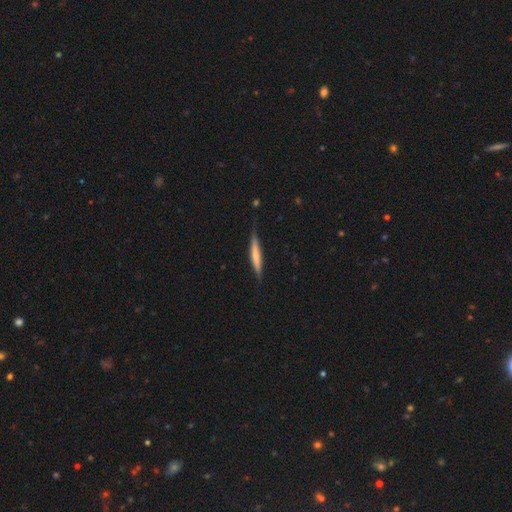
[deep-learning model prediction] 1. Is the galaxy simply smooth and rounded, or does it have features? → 57% smooth, 38% featured or disk, 6% star or artifact.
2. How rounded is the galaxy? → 94% cigar-shaped, 5% in between, 1% round.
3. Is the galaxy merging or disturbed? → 79% none, 16% minor disturbance, 3% major disturbance, 1% merger.